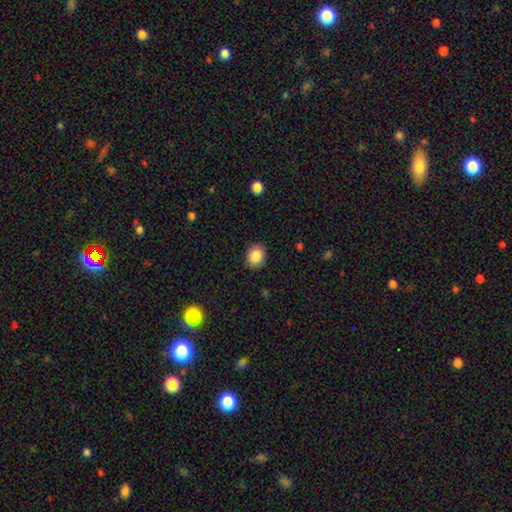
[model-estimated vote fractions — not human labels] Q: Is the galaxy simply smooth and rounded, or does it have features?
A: smooth — 86%.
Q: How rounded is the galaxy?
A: round — 59%.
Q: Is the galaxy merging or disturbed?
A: none — 89%.